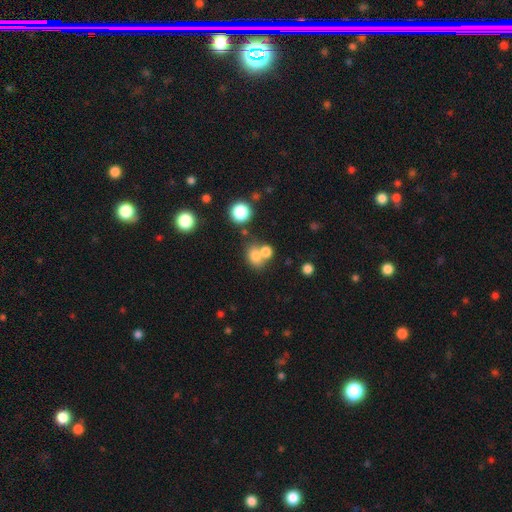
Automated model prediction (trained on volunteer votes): Morphology: type=smooth (76%); roundness=in between (50%); merging=none (45%).